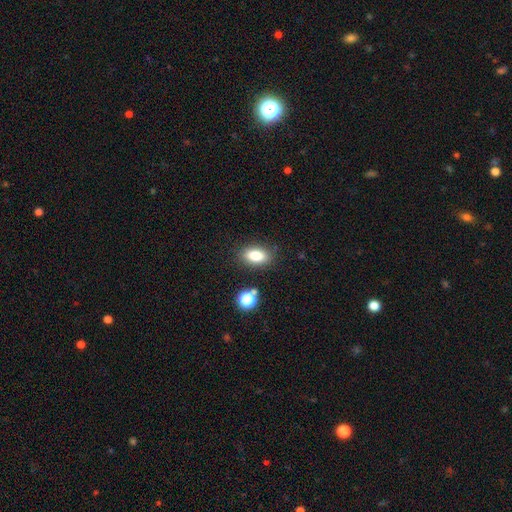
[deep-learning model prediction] A smooth galaxy with no disk features (81%) that is in between round and cigar-shaped (87%). Merging: none (84%).